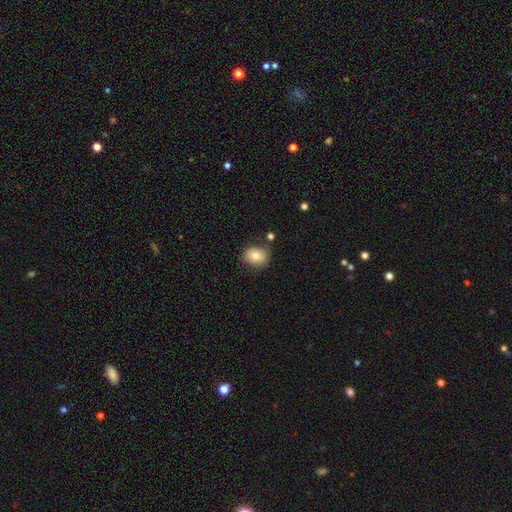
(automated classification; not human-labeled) Smooth or featured? smooth (78%)
How rounded? in between (53%)
Merging? none (72%)